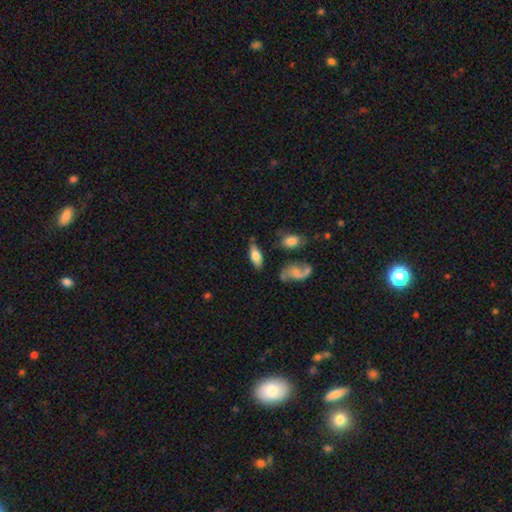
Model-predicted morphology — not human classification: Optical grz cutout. It shows a smooth galaxy with no disk features (62%) that is in between round and cigar-shaped (78%). Merging: none (71%).